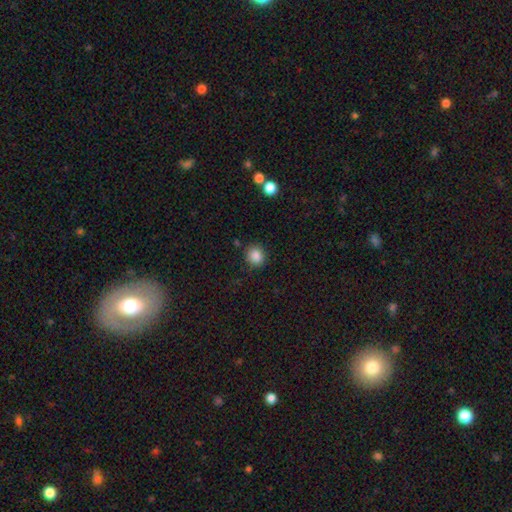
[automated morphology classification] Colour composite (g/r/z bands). It shows a smooth galaxy with no disk features (86%) that is round (83%). Merging: none (85%).